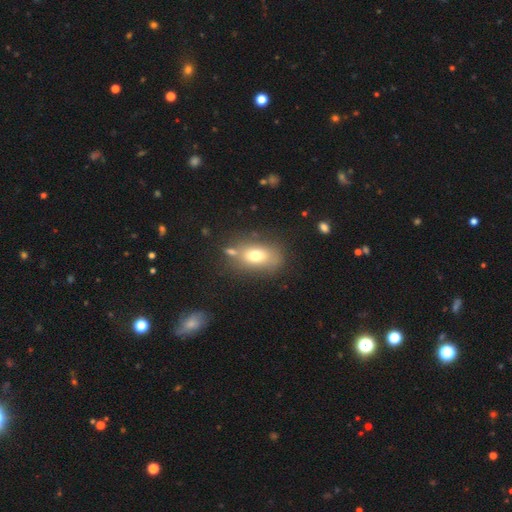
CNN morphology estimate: type=smooth (71%); roundness=in between (81%); merging=none (65%).